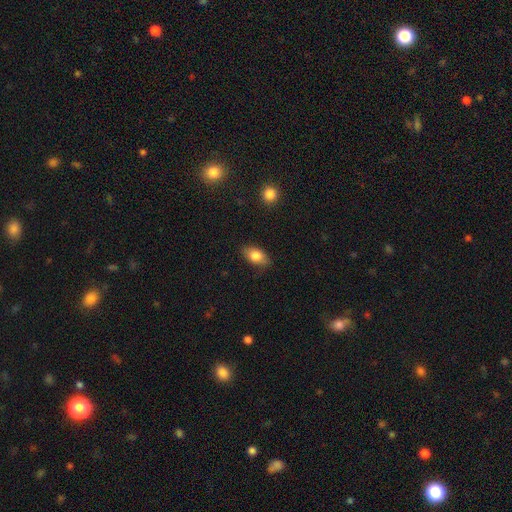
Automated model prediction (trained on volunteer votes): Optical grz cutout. It shows a smooth galaxy with no disk features (80%) that is in between round and cigar-shaped (87%). Merging: none (82%).